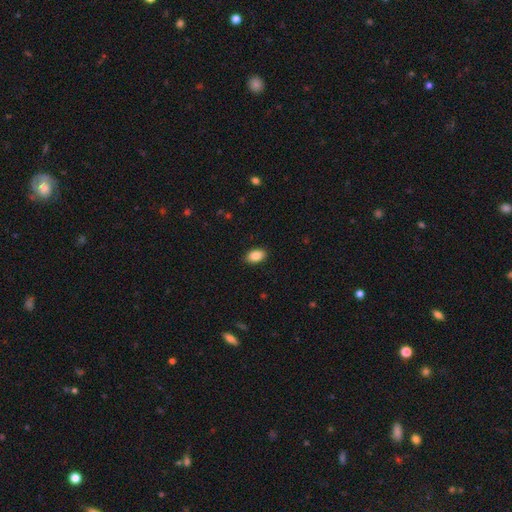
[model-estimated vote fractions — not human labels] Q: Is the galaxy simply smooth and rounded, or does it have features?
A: smooth — 87%.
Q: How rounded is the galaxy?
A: in between — 91%.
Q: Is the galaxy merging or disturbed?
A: none — 89%.